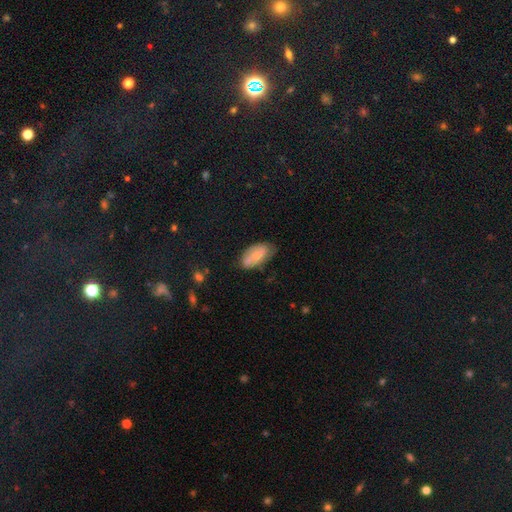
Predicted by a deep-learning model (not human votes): Smooth or featured? smooth (62%)
How rounded? in between (92%)
Merging? none (60%)